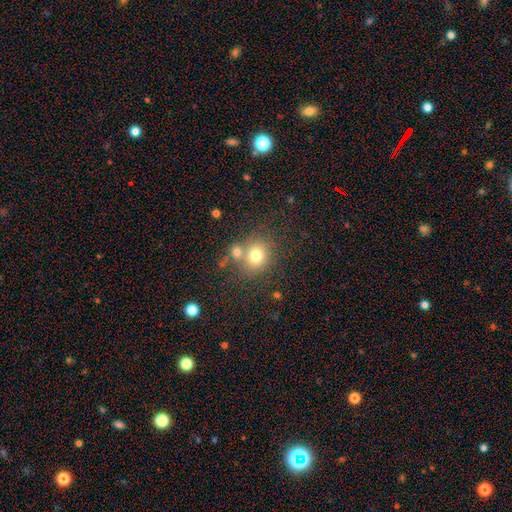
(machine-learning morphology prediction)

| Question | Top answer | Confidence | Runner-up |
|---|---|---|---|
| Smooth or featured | smooth | 74% | star or artifact (13%) |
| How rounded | round | 75% | in between (24%) |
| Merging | none | 56% | merger (29%) |